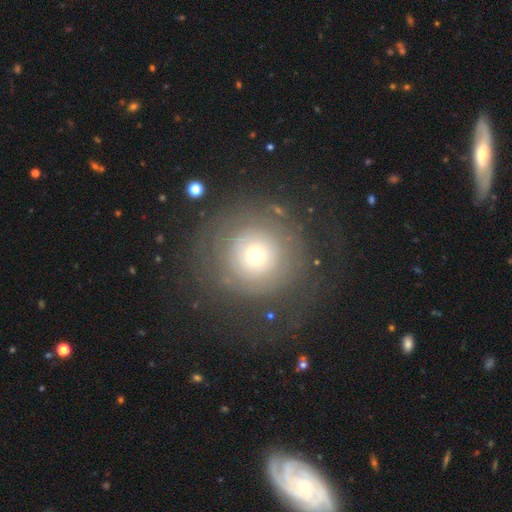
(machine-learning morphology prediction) type=featured or disk (49%); merging=none (70%).